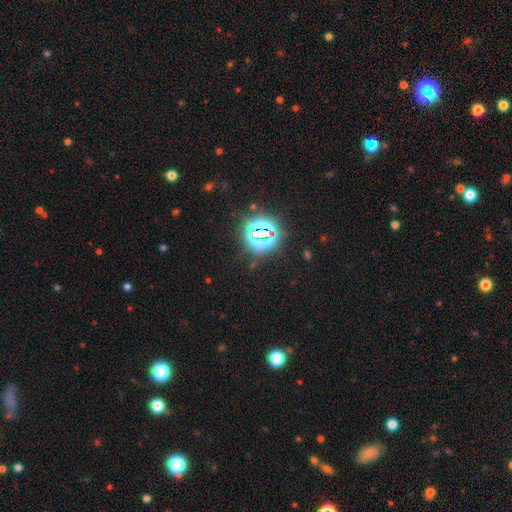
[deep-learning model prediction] smooth-or-featured: star or artifact: 82% | smooth: 11% | featured or disk: 7%